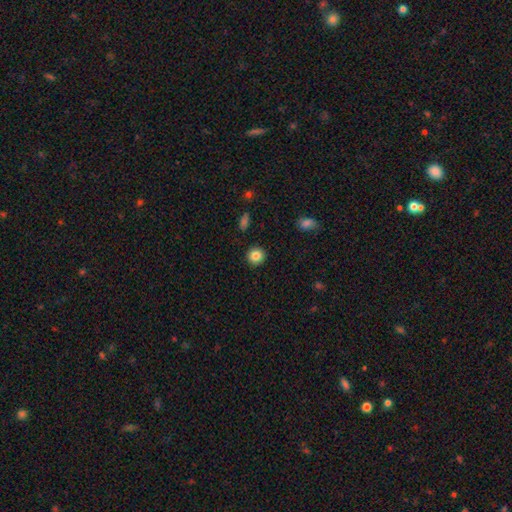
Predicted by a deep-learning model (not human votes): A smooth galaxy with no disk features (85%) that is round (92%). Merging: none (92%).